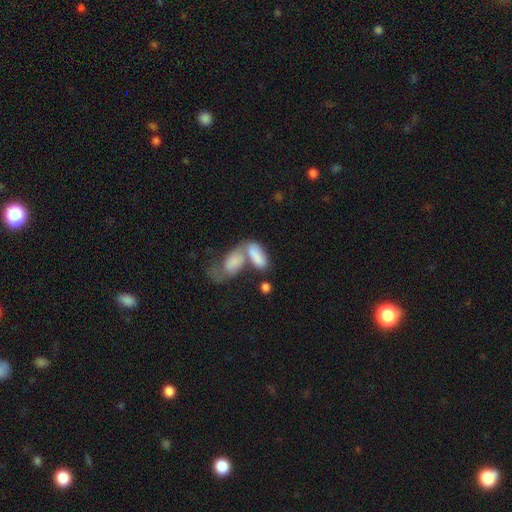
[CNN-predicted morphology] This appears to be a smooth galaxy with no disk features (81%) that is in between round and cigar-shaped (88%). Merging: merger (64%).